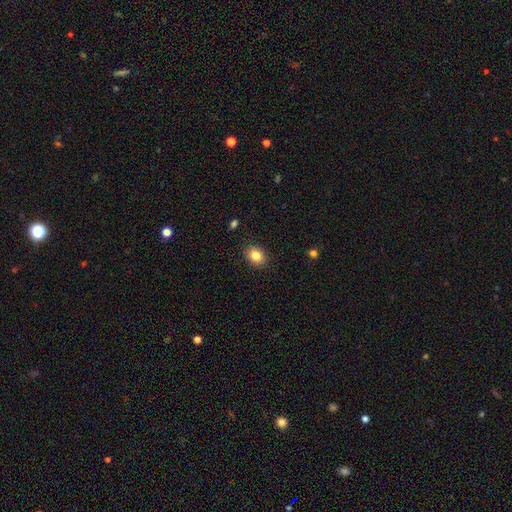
Smooth or featured?
  - smooth: 87% *
  - star or artifact: 8%
  - featured or disk: 5%
How rounded?
  - in between: 62% *
  - round: 38%
  - cigar-shaped: 0%
Merging?
  - none: 86% *
  - major disturbance: 6%
  - merger: 6%
  - minor disturbance: 3%